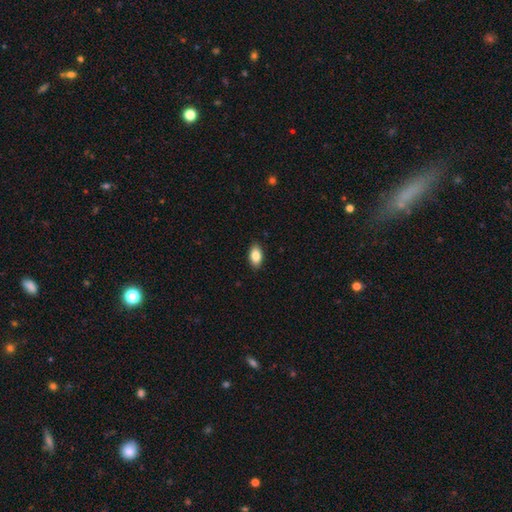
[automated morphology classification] type=smooth (85%); roundness=in between (91%); merging=none (88%).